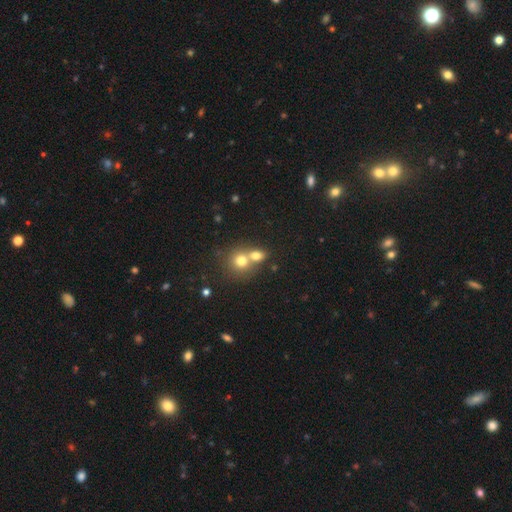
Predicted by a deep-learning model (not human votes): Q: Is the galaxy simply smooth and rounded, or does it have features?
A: smooth — 73%.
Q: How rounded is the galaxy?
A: round — 64%.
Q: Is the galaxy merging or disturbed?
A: merger — 61%.